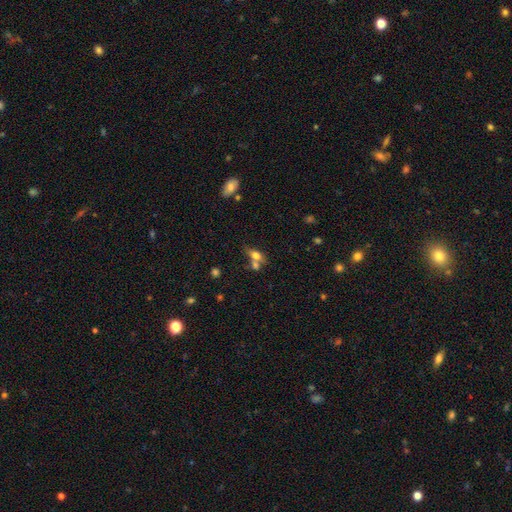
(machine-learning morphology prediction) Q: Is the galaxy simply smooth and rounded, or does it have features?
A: smooth — 62%.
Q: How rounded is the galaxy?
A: in between — 68%.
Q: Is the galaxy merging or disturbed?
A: merger — 47%.